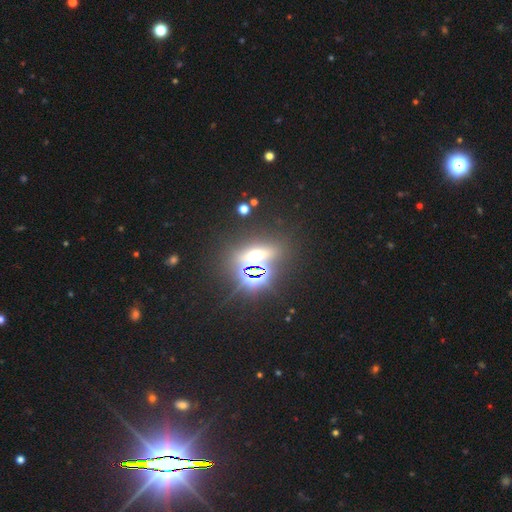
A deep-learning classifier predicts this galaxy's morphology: The model was most divided on "smooth or featured": star or artifact: 62%, smooth: 23%, featured or disk: 15%.